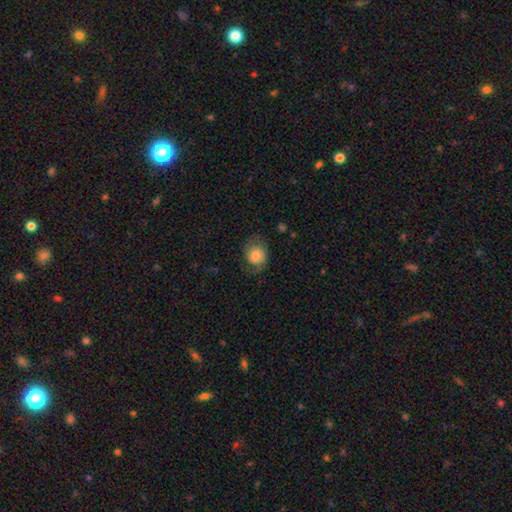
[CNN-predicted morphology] smooth-or-featured: smooth: 58% | featured or disk: 34% | star or artifact: 8%
  how-rounded: round: 60% | in between: 39% | cigar-shaped: 1%
  merging: none: 59% | minor disturbance: 24% | major disturbance: 16% | merger: 1%